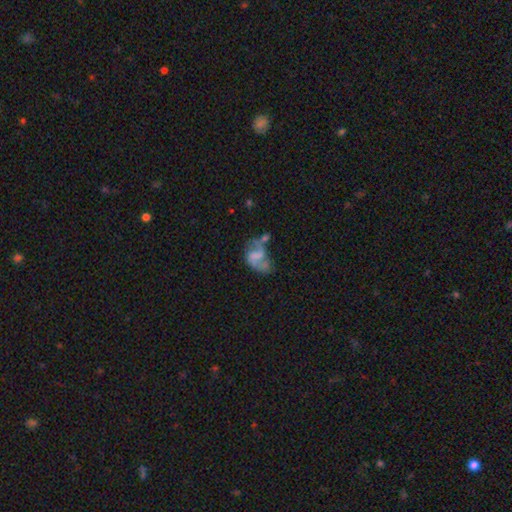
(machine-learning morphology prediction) A featured or disk galaxy (64%) with a weak bar (44%), spiral arms (75%) and no central bulge (59%).

Vote fractions:
- Smooth or featured? featured or disk: 64% / smooth: 26% / star or artifact: 10%
- Edge-on disk? no: 98% / yes: 2%
- Bar? weak: 44% / no: 37% / strong: 19%
- Spiral arms? yes: 75% / no: 25%
- Bulge size? none: 59% / small: 18% / moderate: 14% / large: 7% / dominant: 2%
- Merging? none: 32% / major disturbance: 27% / minor disturbance: 22% / merger: 20%